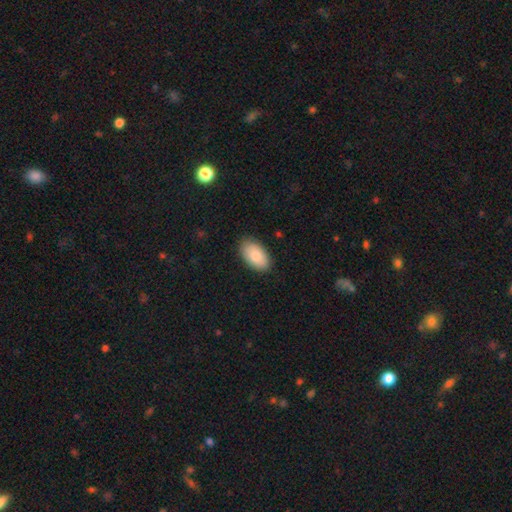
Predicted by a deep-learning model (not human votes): This appears to be a smooth galaxy with no disk features (83%) that is in between round and cigar-shaped (95%). Merging: none (85%).